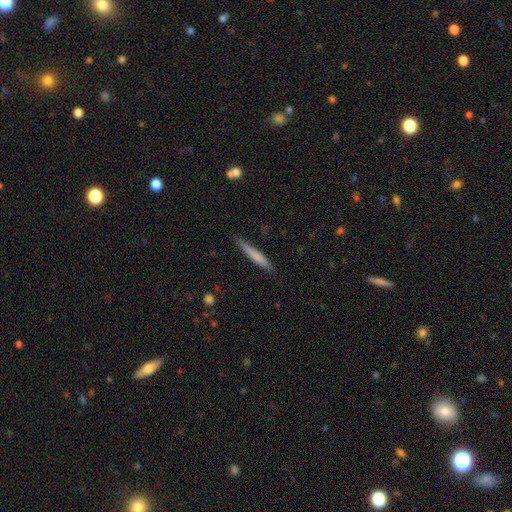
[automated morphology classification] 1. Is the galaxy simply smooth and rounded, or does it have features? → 68% smooth, 26% featured or disk, 6% star or artifact.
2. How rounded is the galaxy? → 95% cigar-shaped, 4% in between, 1% round.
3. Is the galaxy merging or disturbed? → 84% none, 12% minor disturbance, 2% major disturbance, 1% merger.